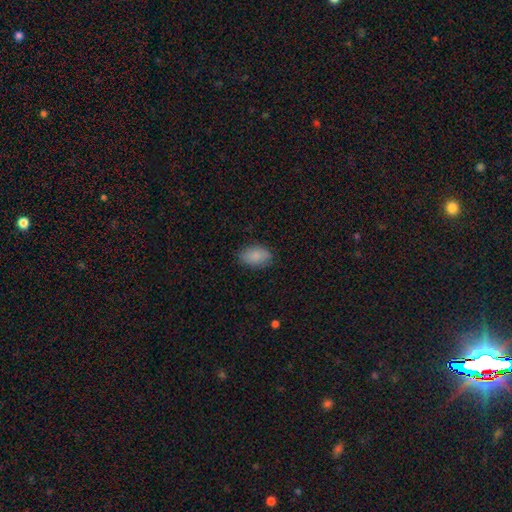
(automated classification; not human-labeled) Overall: smooth (88%). How rounded: in between (91%). Merging: none (83%).